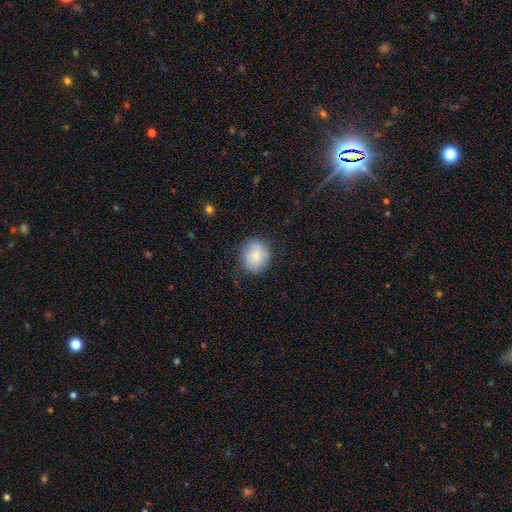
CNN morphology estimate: Smooth or featured: smooth — 78% (featured or disk — 14%)
How rounded: round — 72% (in between — 27%)
Merging: none — 78% (minor disturbance — 16%)